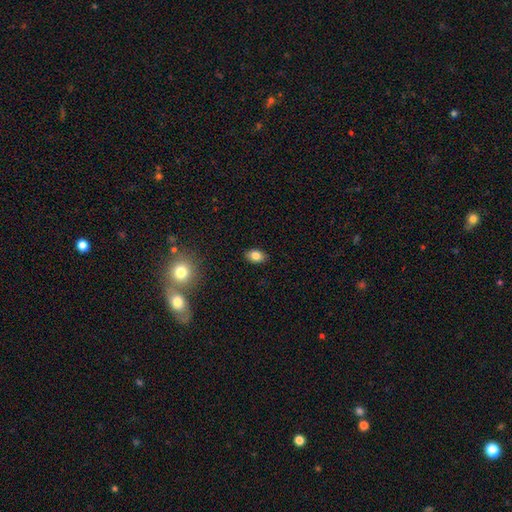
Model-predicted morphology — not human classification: Q: Smooth or featured?
A: smooth (82%); runner-up: star or artifact (10%)
Q: How rounded?
A: in between (81%); runner-up: round (17%)
Q: Merging?
A: none (88%); runner-up: minor disturbance (9%)